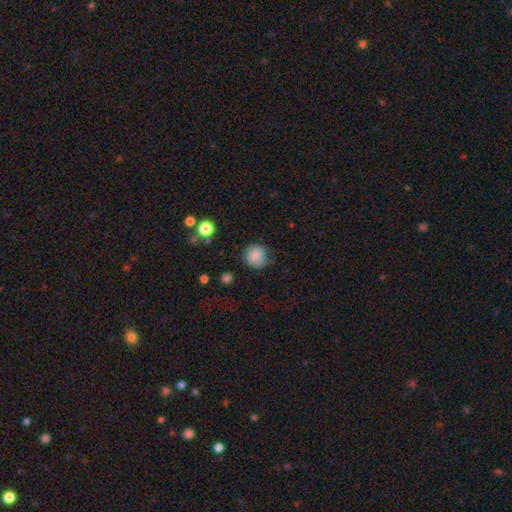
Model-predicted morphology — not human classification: Q: Smooth or featured?
A: smooth (85%); runner-up: star or artifact (10%)
Q: How rounded?
A: round (89%); runner-up: in between (10%)
Q: Merging?
A: none (75%); runner-up: minor disturbance (18%)